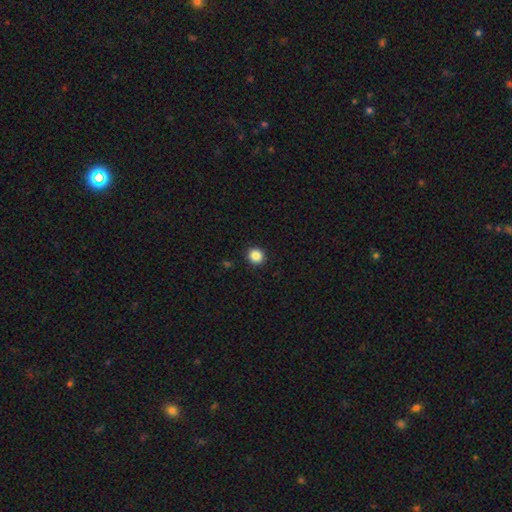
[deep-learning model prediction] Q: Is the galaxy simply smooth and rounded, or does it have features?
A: smooth — 87%.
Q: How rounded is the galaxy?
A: round — 90%.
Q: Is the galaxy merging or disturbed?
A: none — 92%.